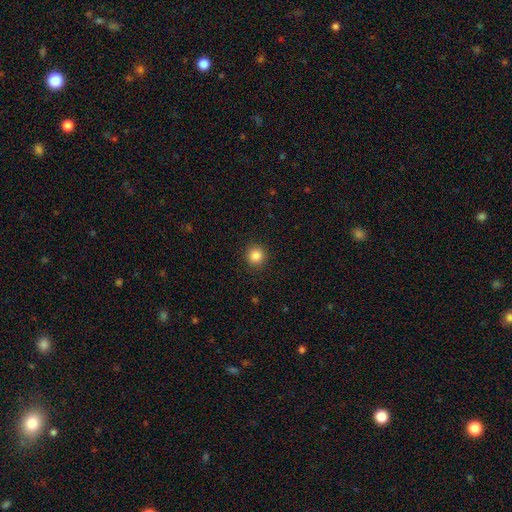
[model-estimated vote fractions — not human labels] Smooth or featured?
  - smooth: 86% *
  - star or artifact: 11%
  - featured or disk: 4%
How rounded?
  - round: 94% *
  - in between: 5%
  - cigar-shaped: 1%
Merging?
  - none: 92% *
  - minor disturbance: 5%
  - major disturbance: 2%
  - merger: 1%